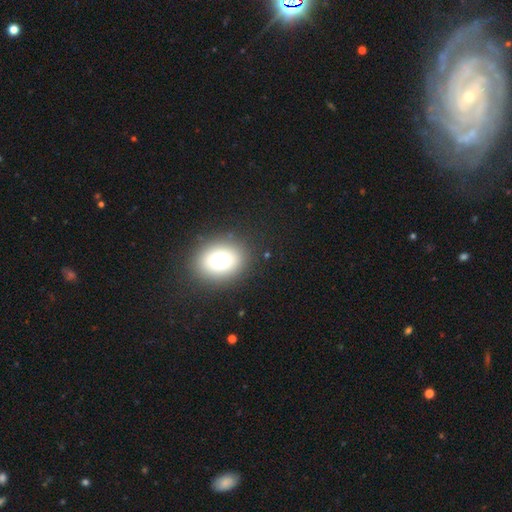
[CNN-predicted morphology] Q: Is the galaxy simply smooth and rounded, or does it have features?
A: smooth — 71%.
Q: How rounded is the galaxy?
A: in between — 56%.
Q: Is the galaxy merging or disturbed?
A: none — 89%.